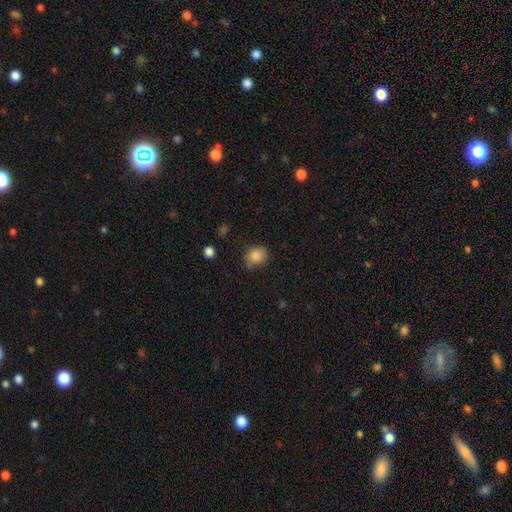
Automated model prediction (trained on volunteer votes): A smooth galaxy with no disk features (85%) that is round (55%). Merging: none (66%).